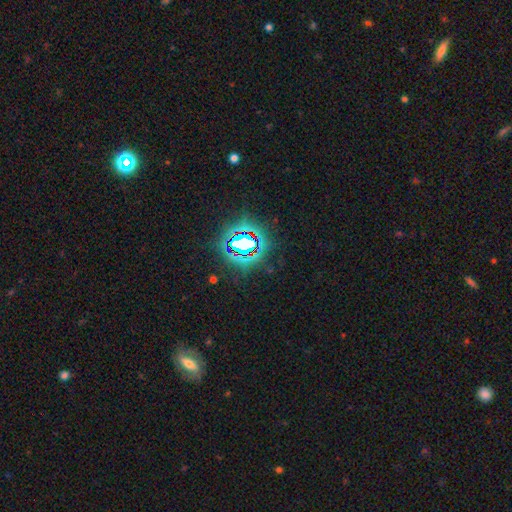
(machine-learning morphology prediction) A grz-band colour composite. It shows a star or artifact, not a galaxy (80%).